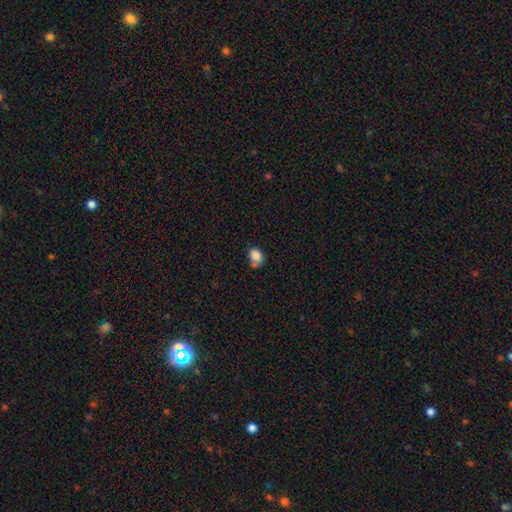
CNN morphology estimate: Overall: smooth (83%). How rounded: in between (62%; round 37%). Merging: none (47%; minor disturbance 27%).